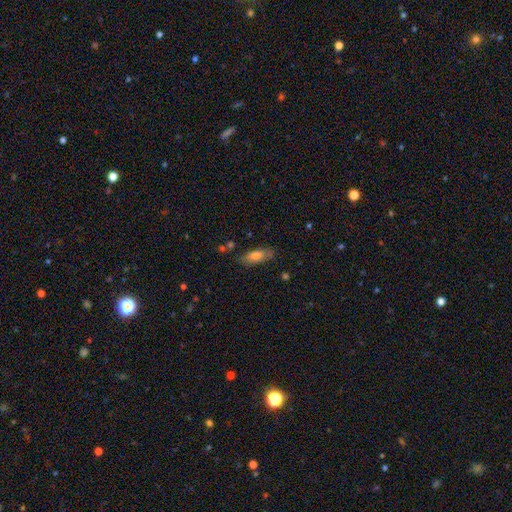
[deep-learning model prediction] Smooth or featured? Predicted: smooth (p=0.75). How rounded? Predicted: in between (p=0.72). Merging? Predicted: none (p=0.75).